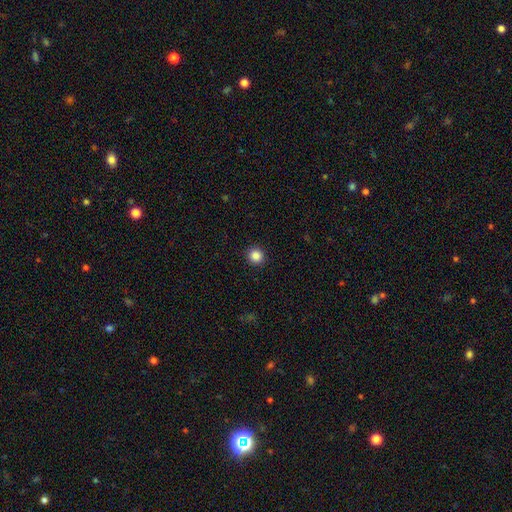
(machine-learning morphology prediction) A smooth galaxy with no disk features (87%) that is round (95%).

Vote fractions:
- Smooth or featured? smooth: 87% / star or artifact: 10% / featured or disk: 3%
- How rounded? round: 95% / in between: 4% / cigar-shaped: 1%
- Merging? none: 93% / minor disturbance: 5% / major disturbance: 2% / merger: 1%